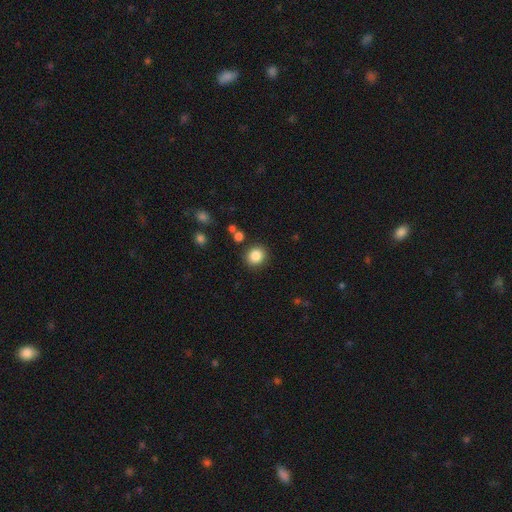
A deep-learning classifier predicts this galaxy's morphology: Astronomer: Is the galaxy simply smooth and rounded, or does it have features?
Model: smooth — 86%.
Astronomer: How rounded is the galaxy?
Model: round — 87%.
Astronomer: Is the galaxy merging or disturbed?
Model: none — 88%.